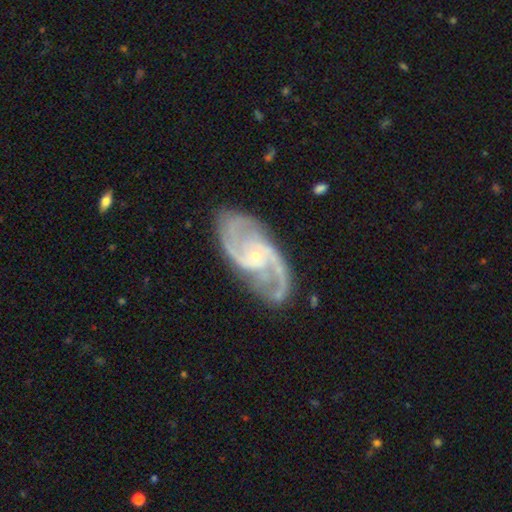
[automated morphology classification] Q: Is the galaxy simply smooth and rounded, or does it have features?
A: featured or disk — 92%.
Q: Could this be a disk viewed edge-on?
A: no — 96%.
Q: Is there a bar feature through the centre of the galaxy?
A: no — 61%.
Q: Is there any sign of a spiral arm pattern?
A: yes — 98%.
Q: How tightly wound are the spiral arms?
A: medium — 56%.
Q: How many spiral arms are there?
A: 2 — 71%.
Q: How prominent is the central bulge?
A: small — 81%.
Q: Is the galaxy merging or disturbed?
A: none — 76%.